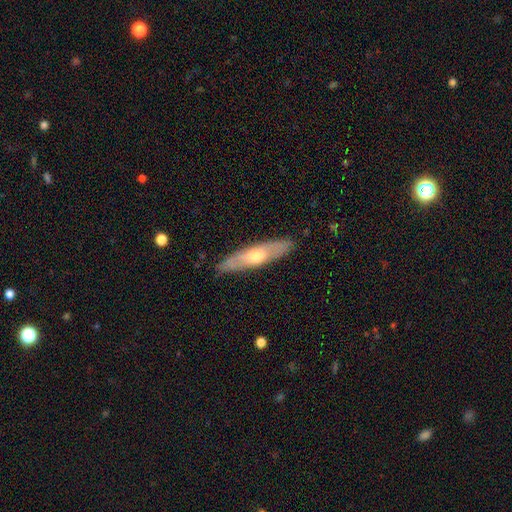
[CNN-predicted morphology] The model was most divided on "smooth or featured": featured or disk: 48%, smooth: 46%, star or artifact: 5%. More confident: merging — none (86%).